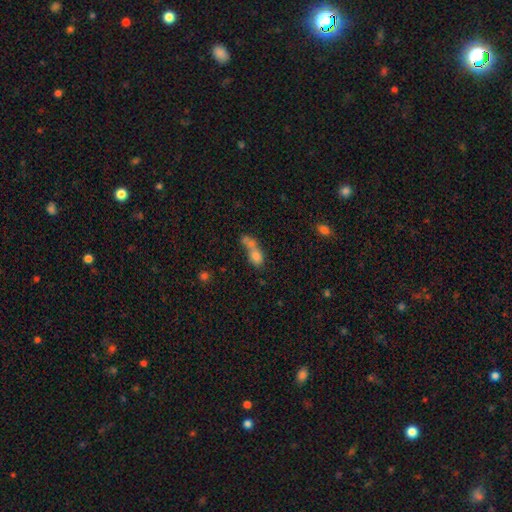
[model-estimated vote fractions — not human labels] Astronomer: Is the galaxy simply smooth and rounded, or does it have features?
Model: smooth — 72%.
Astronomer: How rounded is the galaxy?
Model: in between — 66%.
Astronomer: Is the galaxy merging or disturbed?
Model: merger — 68%.